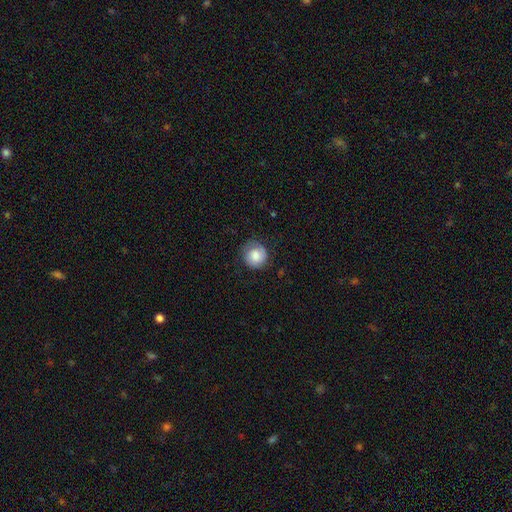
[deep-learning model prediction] smooth-or-featured: smooth: 74% | featured or disk: 19% | star or artifact: 7%
  how-rounded: round: 91% | in between: 8% | cigar-shaped: 1%
  merging: none: 75% | minor disturbance: 18% | major disturbance: 6% | merger: 1%